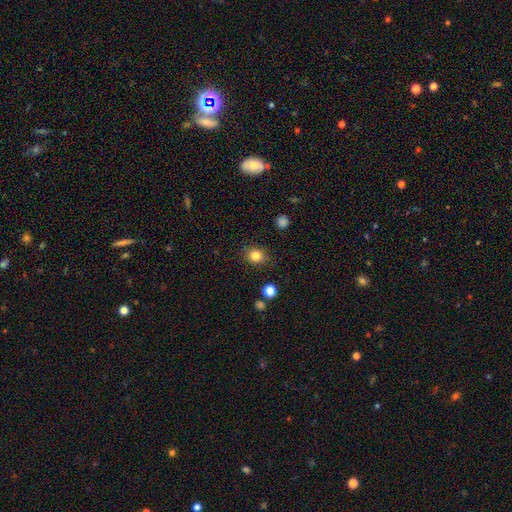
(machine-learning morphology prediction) smooth 82%, star or artifact 11%, featured or disk 6%. Down the decision tree: how rounded — round (65%); merging — none (85%).